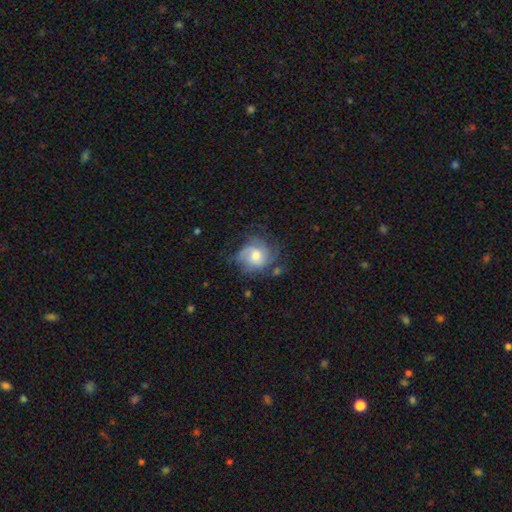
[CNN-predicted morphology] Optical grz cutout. It shows a featured or disk galaxy (51%). Merging: none (53%).